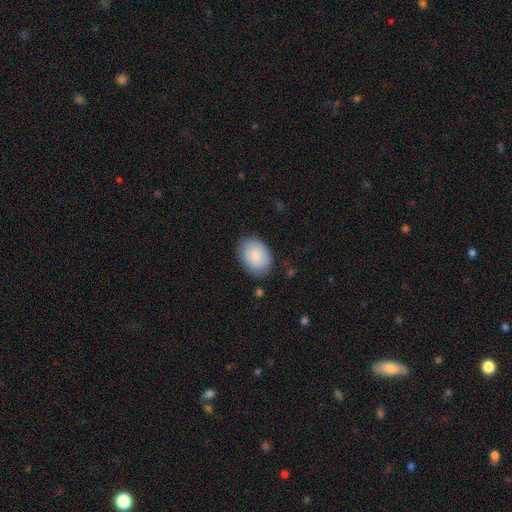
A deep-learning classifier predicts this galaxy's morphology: Overall: smooth (85%). How rounded: in between (75%). Merging: none (82%).